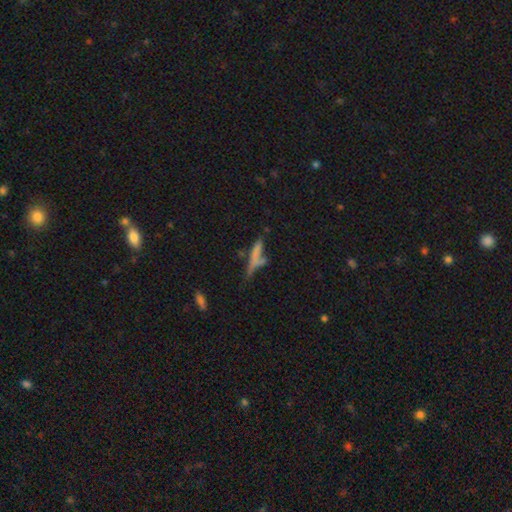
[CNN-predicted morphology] Smooth or featured? Predicted: smooth (p=0.60). How rounded? Predicted: cigar-shaped (p=0.81). Merging? Predicted: none (p=0.39).